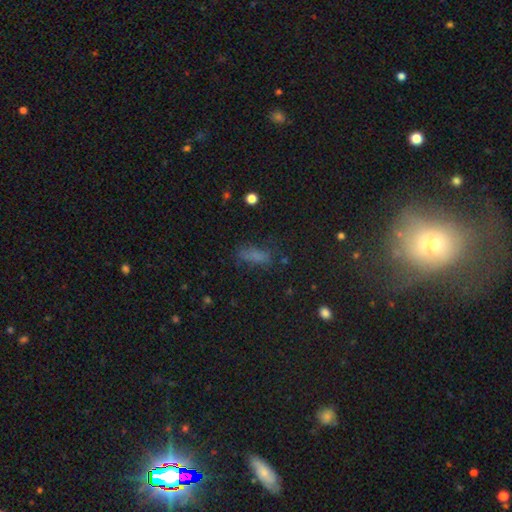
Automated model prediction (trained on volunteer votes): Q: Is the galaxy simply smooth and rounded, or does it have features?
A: smooth — 67%.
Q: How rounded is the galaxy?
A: in between — 63%.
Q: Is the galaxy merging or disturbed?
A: none — 60%.